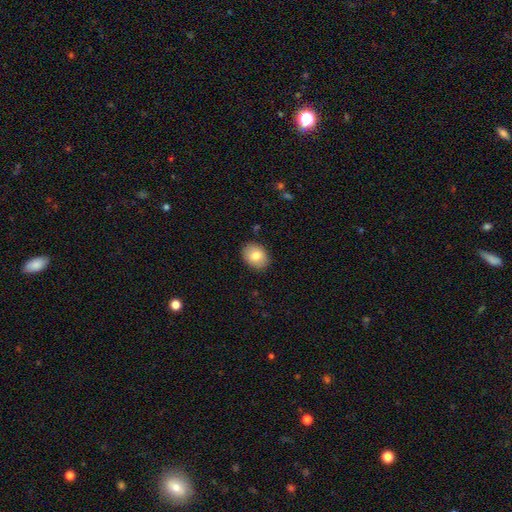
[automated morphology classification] smooth 80%, featured or disk 12%, star or artifact 8%. Down the decision tree: how rounded — in between (64%); merging — none (88%).